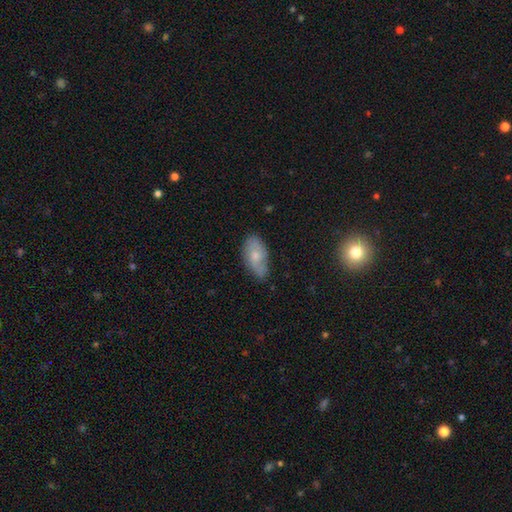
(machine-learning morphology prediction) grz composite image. It shows a smooth galaxy with no disk features (60%) that is in between round and cigar-shaped (91%). Merging: none (69%).